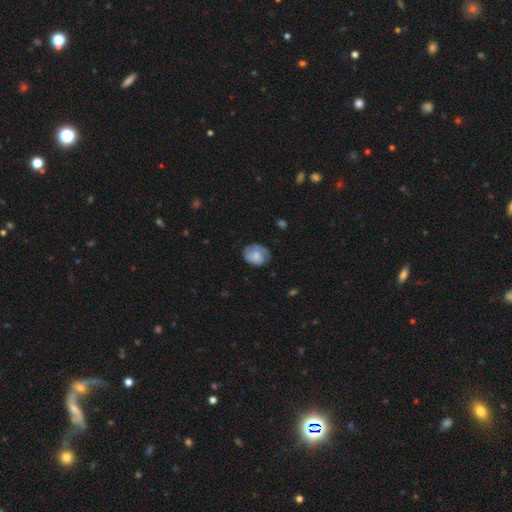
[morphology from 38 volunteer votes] smooth 71%, featured or disk 18%, star or artifact 11%. Down the decision tree: how rounded — in between (81%); merging — none (62%).